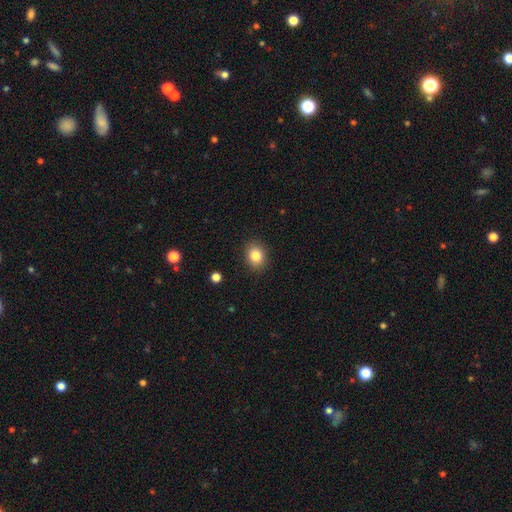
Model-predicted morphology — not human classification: A smooth galaxy with no disk features (84%) that is round (56%).

Vote fractions:
- Smooth or featured? smooth: 84% / star or artifact: 10% / featured or disk: 6%
- How rounded? round: 56% / in between: 43% / cigar-shaped: 1%
- Merging? none: 89% / minor disturbance: 8% / major disturbance: 2% / merger: 1%